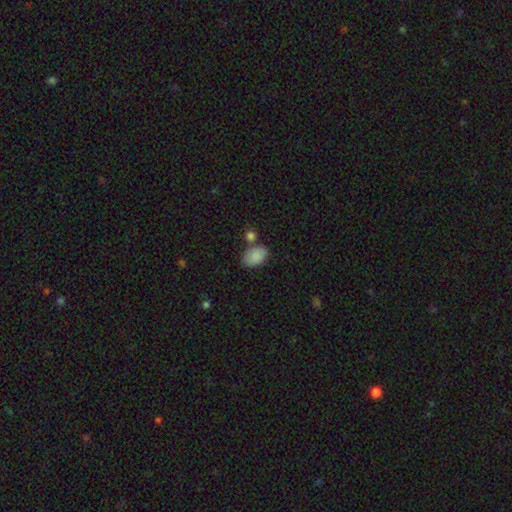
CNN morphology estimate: A smooth galaxy with no disk features (87%) that is in between round and cigar-shaped (87%).

Vote fractions:
- Smooth or featured? smooth: 87% / star or artifact: 7% / featured or disk: 6%
- How rounded? in between: 87% / round: 11% / cigar-shaped: 1%
- Merging? none: 64% / minor disturbance: 17% / merger: 14% / major disturbance: 5%